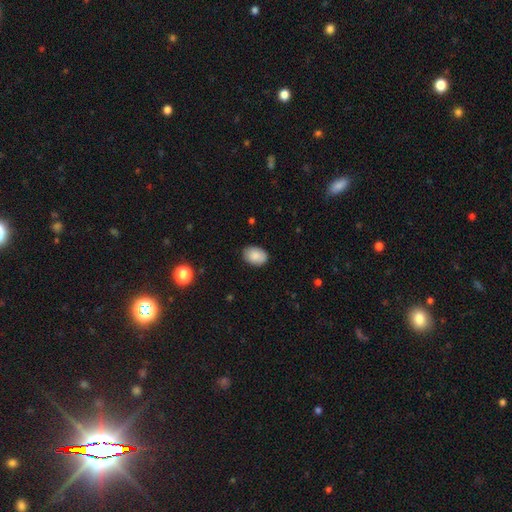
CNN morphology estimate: smooth-or-featured: smooth: 87% | star or artifact: 7% | featured or disk: 5%
  how-rounded: in between: 79% | round: 20% | cigar-shaped: 1%
  merging: none: 83% | minor disturbance: 13% | major disturbance: 2% | merger: 1%